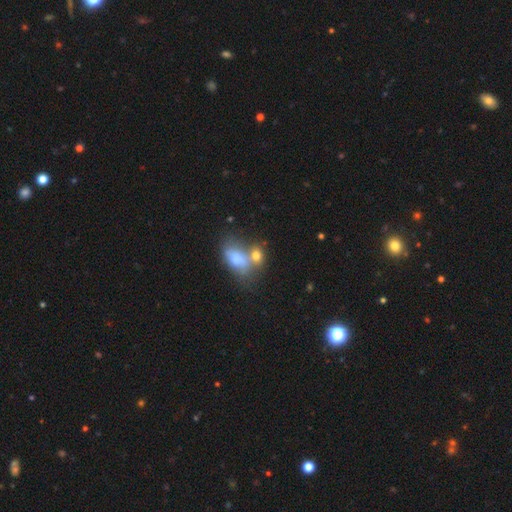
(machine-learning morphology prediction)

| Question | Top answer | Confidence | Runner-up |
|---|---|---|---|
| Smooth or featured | smooth | 73% | featured or disk (16%) |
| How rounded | in between | 77% | round (19%) |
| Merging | merger | 46% | none (30%) |